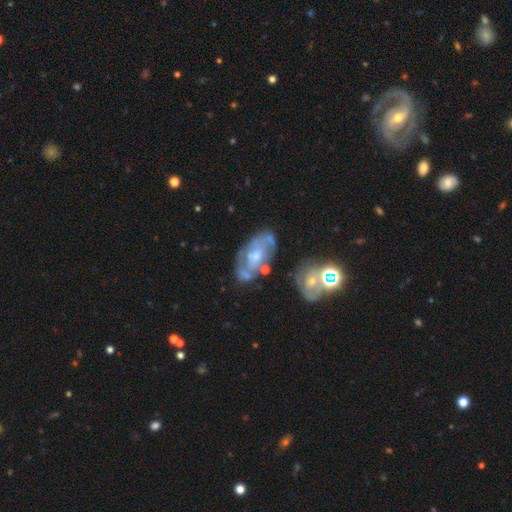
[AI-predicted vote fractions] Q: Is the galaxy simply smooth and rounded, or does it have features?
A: featured or disk — 75%.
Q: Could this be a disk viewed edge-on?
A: no — 93%.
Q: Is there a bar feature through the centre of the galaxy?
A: no — 63%.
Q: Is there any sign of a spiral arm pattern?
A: yes — 76%.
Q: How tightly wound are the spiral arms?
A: tight — 49%.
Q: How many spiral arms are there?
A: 2 — 47%.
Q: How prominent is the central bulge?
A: moderate — 46%.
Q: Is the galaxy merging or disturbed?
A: none — 65%.